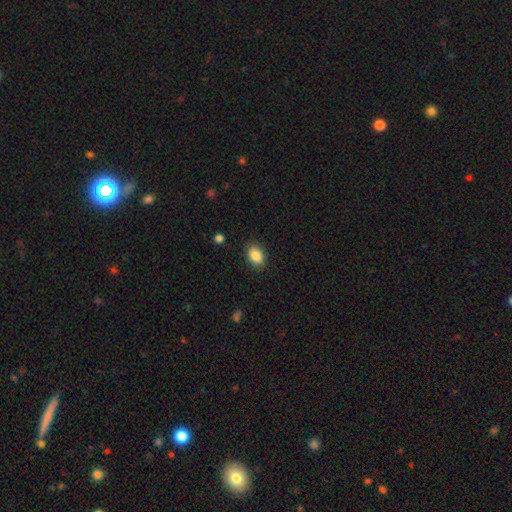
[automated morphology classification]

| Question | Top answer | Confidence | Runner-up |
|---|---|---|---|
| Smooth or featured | smooth | 87% | star or artifact (8%) |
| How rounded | in between | 77% | round (22%) |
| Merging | none | 87% | minor disturbance (10%) |